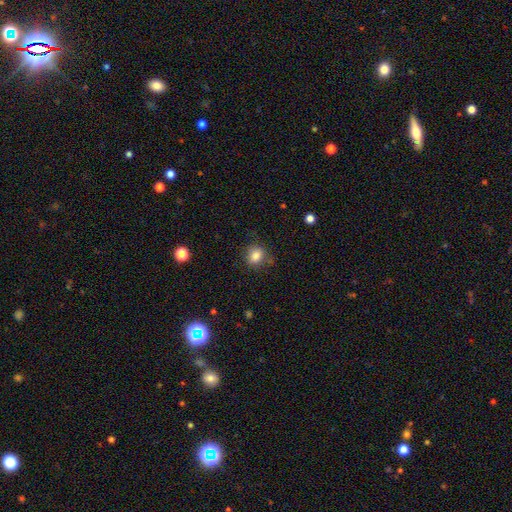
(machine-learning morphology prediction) smooth 84%, star or artifact 10%, featured or disk 6%. Down the decision tree: how rounded — round (68%); merging — none (80%).